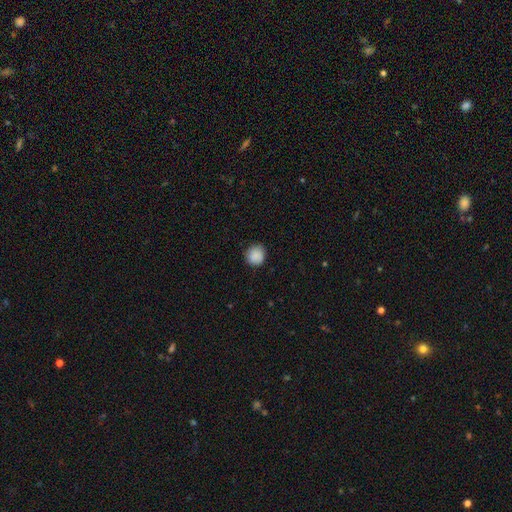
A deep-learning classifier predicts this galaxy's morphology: Smooth or featured? smooth (88%)
How rounded? round (89%)
Merging? none (84%)